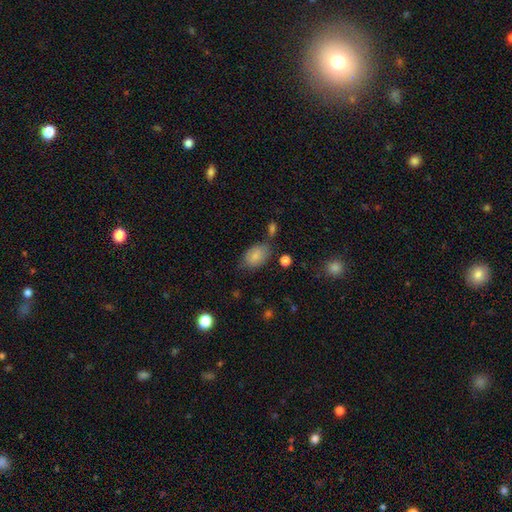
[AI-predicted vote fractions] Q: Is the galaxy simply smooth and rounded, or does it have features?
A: smooth — 84%.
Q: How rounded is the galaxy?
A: in between — 89%.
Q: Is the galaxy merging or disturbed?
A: none — 64%.